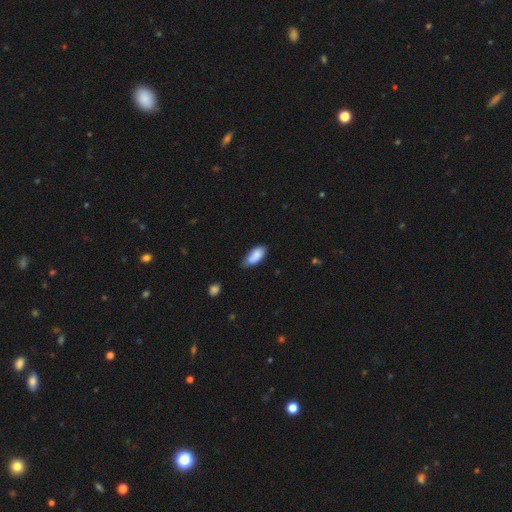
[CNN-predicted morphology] A smooth galaxy with no disk features (85%) that is in between round and cigar-shaped (88%). Merging: none (58%).